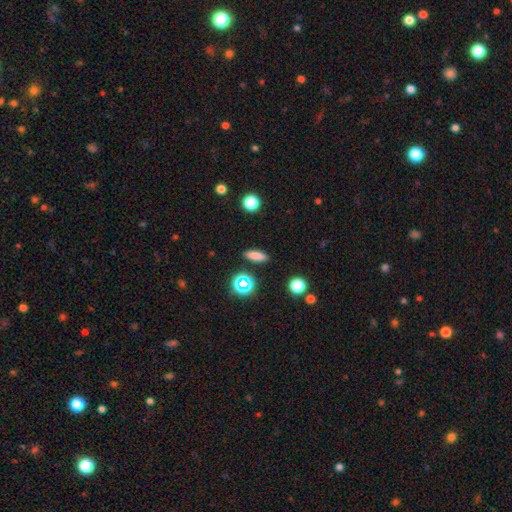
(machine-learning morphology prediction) smooth-or-featured: smooth: 78% | star or artifact: 14% | featured or disk: 8%
  how-rounded: in between: 49% | cigar-shaped: 44% | round: 8%
  merging: none: 88% | minor disturbance: 8% | major disturbance: 2% | merger: 2%